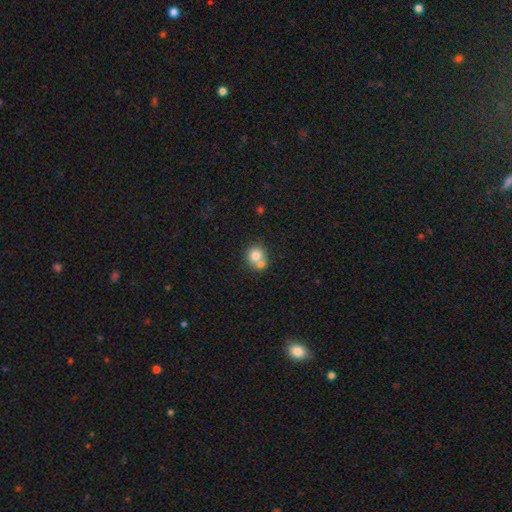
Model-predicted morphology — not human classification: Overall: smooth (76%). How rounded: round (82%). Merging: merger (49%; none 40%).